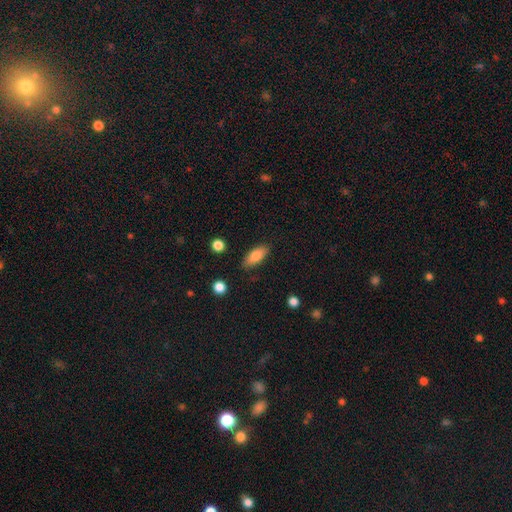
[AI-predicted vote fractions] This appears to be a smooth galaxy with no disk features (82%) that is in between round and cigar-shaped (80%). Merging: none (83%).